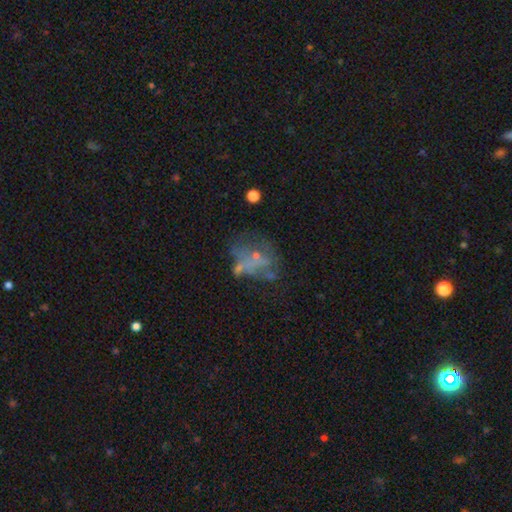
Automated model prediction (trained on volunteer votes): This appears to be a featured or disk galaxy (51%). Merging: none (37%).